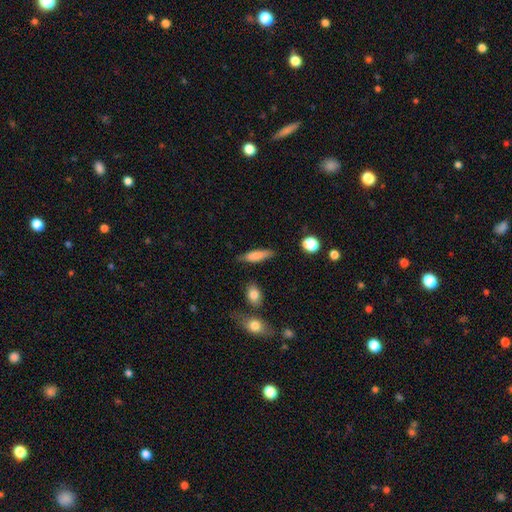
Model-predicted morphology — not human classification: Q: Smooth or featured?
A: smooth (77%); runner-up: featured or disk (16%)
Q: How rounded?
A: cigar-shaped (61%); runner-up: in between (36%)
Q: Merging?
A: none (72%); runner-up: minor disturbance (20%)